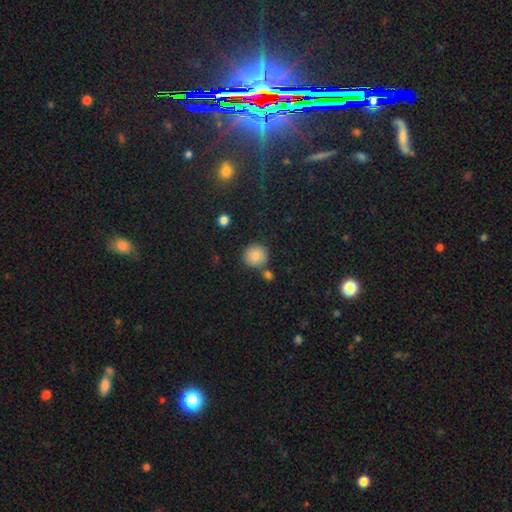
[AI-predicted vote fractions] Smooth or featured? smooth (83%)
How rounded? round (92%)
Merging? none (77%)